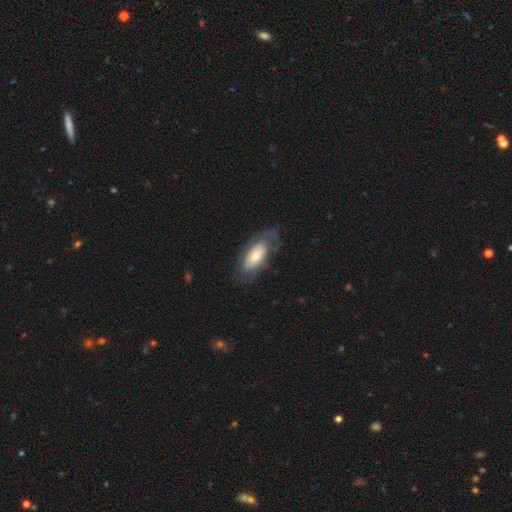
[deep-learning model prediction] Q: Smooth or featured?
A: smooth (59%); runner-up: featured or disk (35%)
Q: How rounded?
A: in between (88%); runner-up: cigar-shaped (9%)
Q: Merging?
A: none (61%); runner-up: minor disturbance (22%)